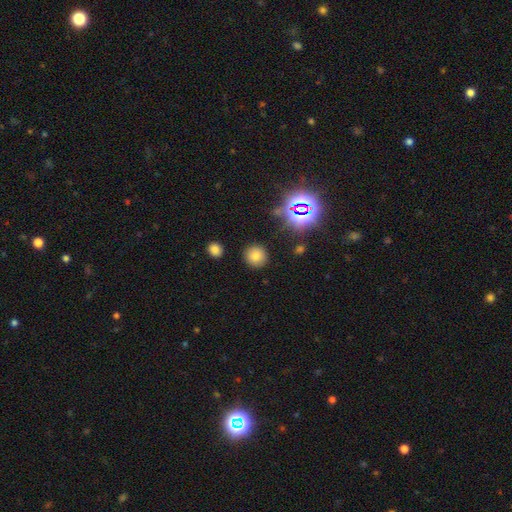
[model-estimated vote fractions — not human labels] Morphology: type=smooth (75%); roundness=round (91%); merging=none (89%).